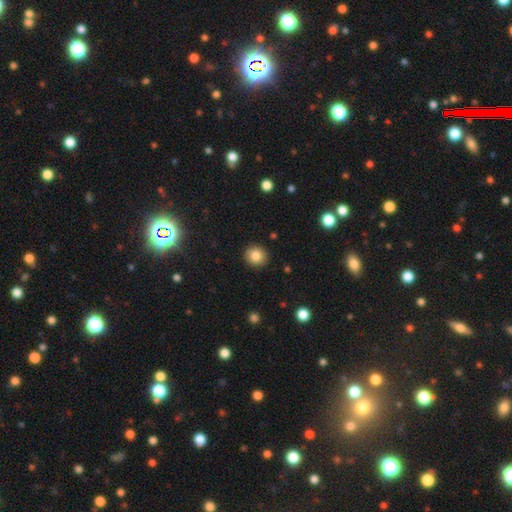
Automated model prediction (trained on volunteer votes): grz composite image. It shows a smooth galaxy with no disk features (84%) that is round (90%). Merging: none (91%).